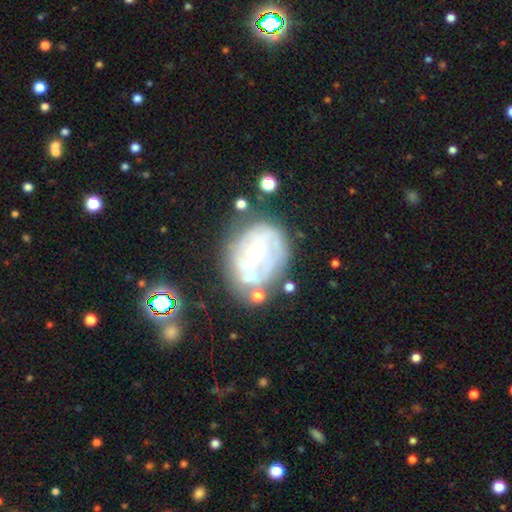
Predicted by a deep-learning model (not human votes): A featured or disk galaxy (74%) with no bar (67%), tight (58%) spiral arms (78%) and a small central bulge (77%).

Vote fractions:
- Smooth or featured? featured or disk: 74% / smooth: 17% / star or artifact: 9%
- Edge-on disk? no: 97% / yes: 3%
- Bar? no: 67% / weak: 26% / strong: 8%
- Spiral arms? yes: 78% / no: 22%
- Spiral winding? tight: 58% / medium: 30% / loose: 12%
- Spiral arm count? can't tell: 46% / 2: 19% / 3: 16% / 4: 9% / 1: 5% / more than 4: 5%
- Bulge size? small: 77% / moderate: 15% / none: 5% / large: 1% / dominant: 1%
- Merging? none: 58% / minor disturbance: 22% / major disturbance: 13% / merger: 7%